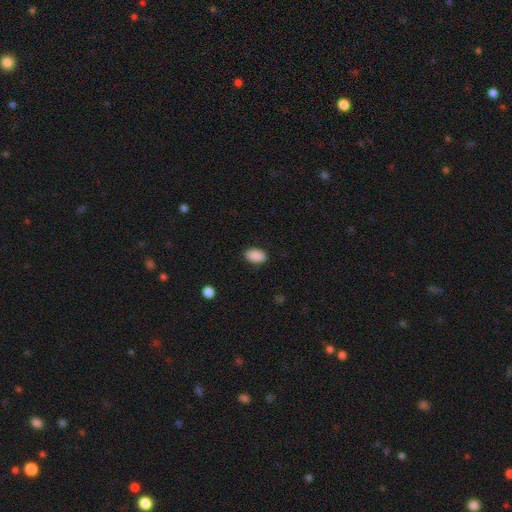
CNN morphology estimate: The model was most divided on "merging": none: 88%, minor disturbance: 9%, major disturbance: 2%, merger: 1%. More confident: how rounded — in between (92%); smooth or featured — smooth (90%).